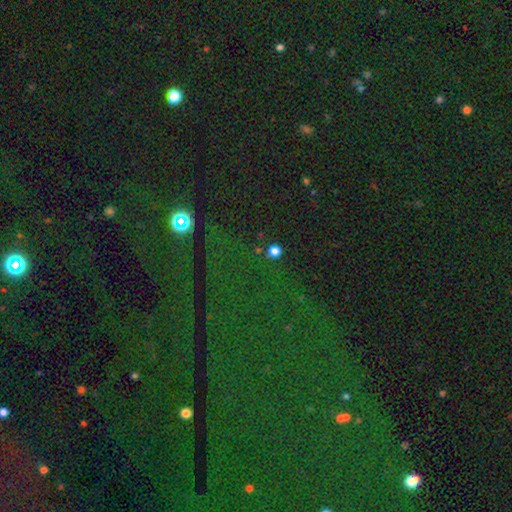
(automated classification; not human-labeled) star or artifact 82%, smooth 11%, featured or disk 7%.